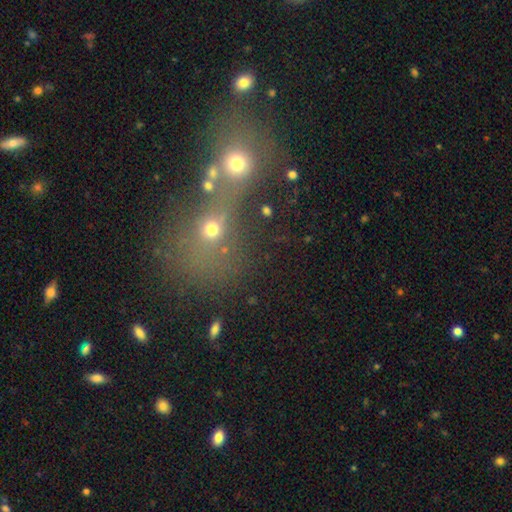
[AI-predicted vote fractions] Smooth or featured? smooth (48%)
Merging? merger (68%)